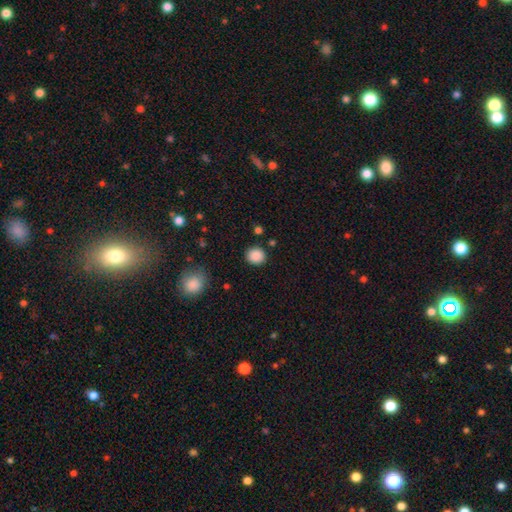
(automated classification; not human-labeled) A smooth galaxy with no disk features (88%) that is round (85%).

Vote fractions:
- Smooth or featured? smooth: 88% / star or artifact: 9% / featured or disk: 3%
- How rounded? round: 85% / in between: 14% / cigar-shaped: 1%
- Merging? none: 89% / minor disturbance: 7% / major disturbance: 2% / merger: 2%